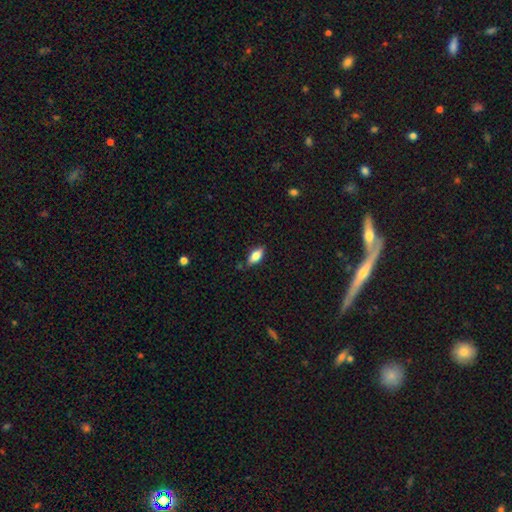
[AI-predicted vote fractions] This appears to be a smooth galaxy with no disk features (79%) that is in between round and cigar-shaped (87%). Merging: none (80%).